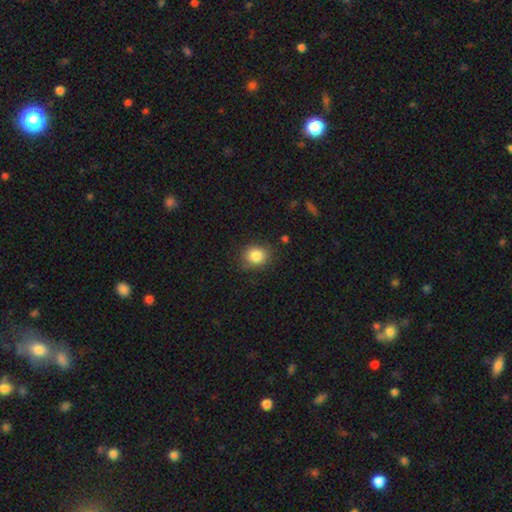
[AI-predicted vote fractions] Smooth or featured?
  - smooth: 85% *
  - star or artifact: 10%
  - featured or disk: 6%
How rounded?
  - round: 67% *
  - in between: 32%
  - cigar-shaped: 1%
Merging?
  - none: 80% *
  - minor disturbance: 14%
  - major disturbance: 4%
  - merger: 2%